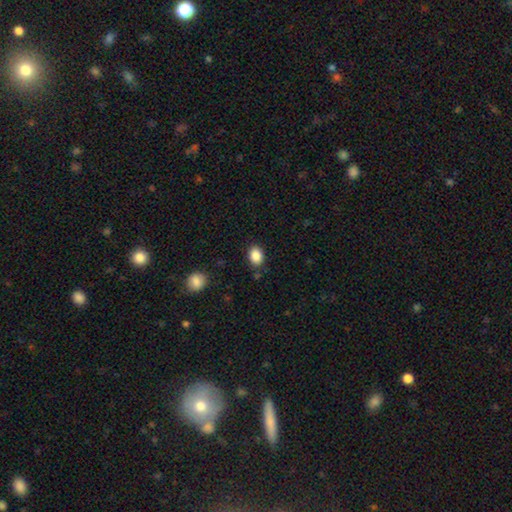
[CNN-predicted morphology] type=smooth (88%); roundness=in between (70%); merging=none (84%).